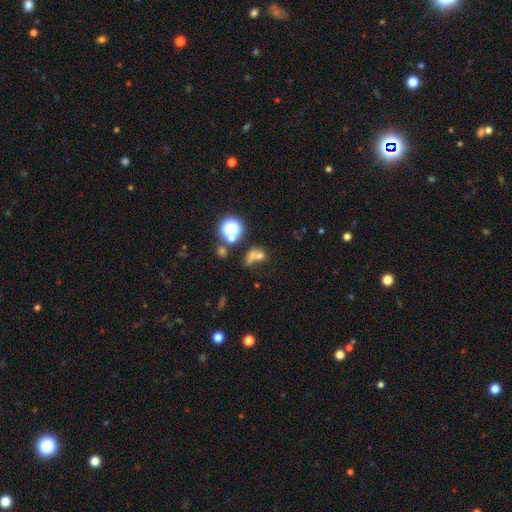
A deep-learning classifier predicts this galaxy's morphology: Smooth or featured: smooth — 54% (star or artifact — 29%)
How rounded: round — 63% (in between — 34%)
Merging: merger — 46% (none — 33%)